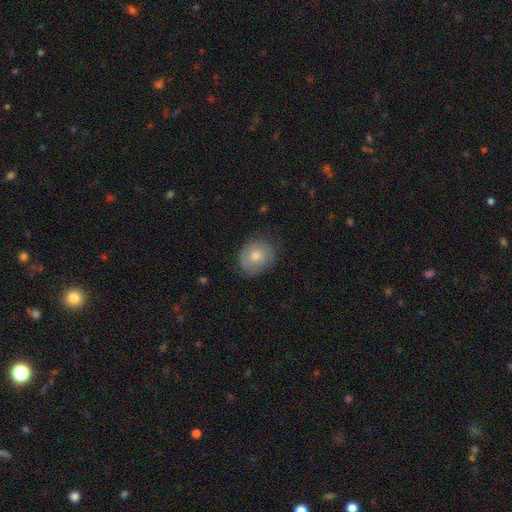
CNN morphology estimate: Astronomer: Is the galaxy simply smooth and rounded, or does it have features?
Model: smooth — 48% (runner-up: featured or disk, 43%).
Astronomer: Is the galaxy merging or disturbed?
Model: none — 78%.